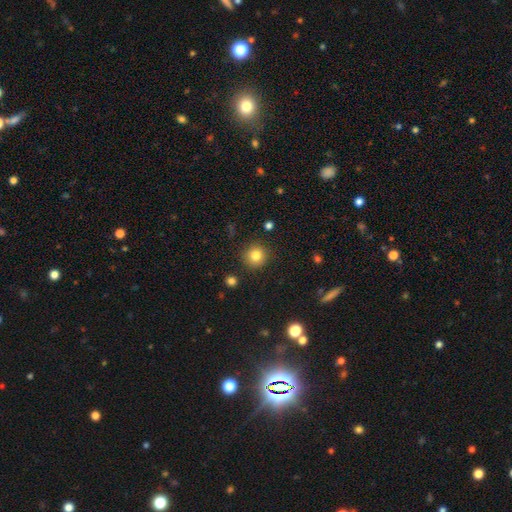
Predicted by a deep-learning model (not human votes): Smooth or featured: smooth — 82% (star or artifact — 11%)
How rounded: round — 93% (in between — 6%)
Merging: none — 89% (minor disturbance — 7%)